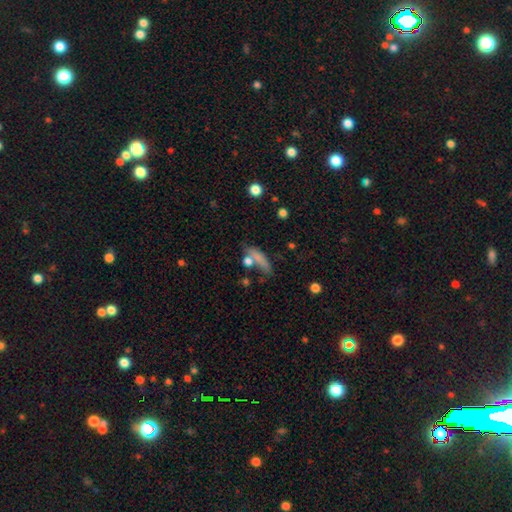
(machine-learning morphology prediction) A smooth galaxy with no disk features (68%) that is cigar-shaped (59%).

Vote fractions:
- Smooth or featured? smooth: 68% / featured or disk: 21% / star or artifact: 11%
- How rounded? cigar-shaped: 59% / in between: 33% / round: 7%
- Merging? none: 50% / minor disturbance: 20% / merger: 18% / major disturbance: 12%